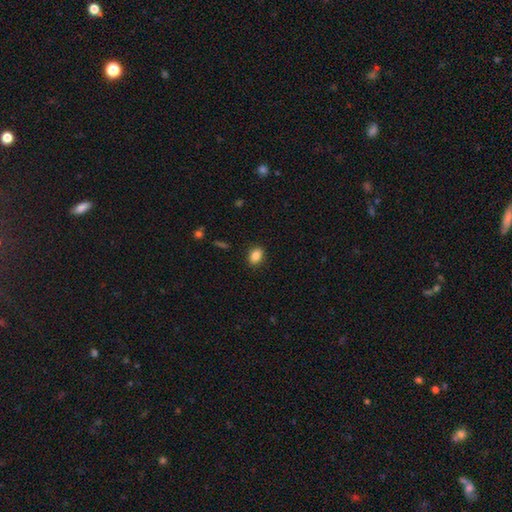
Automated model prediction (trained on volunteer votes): smooth_or_featured: smooth (p=0.85) [alt: star or artifact p=0.09]
how_rounded: in between (p=0.70) [alt: round p=0.29]
merging: none (p=0.88) [alt: minor disturbance p=0.08]